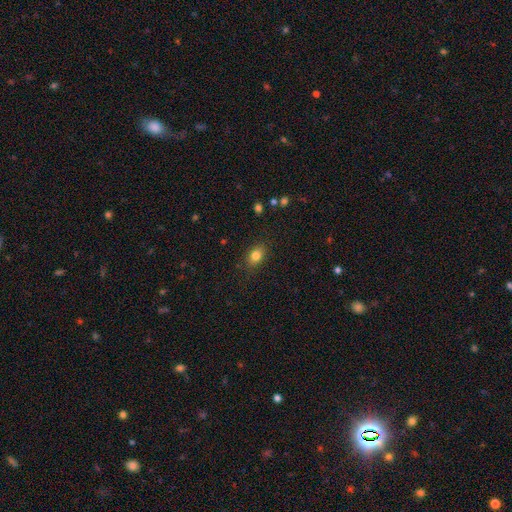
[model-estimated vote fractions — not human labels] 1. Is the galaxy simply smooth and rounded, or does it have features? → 83% smooth, 10% star or artifact, 7% featured or disk.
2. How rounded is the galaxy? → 74% in between, 25% round, 2% cigar-shaped.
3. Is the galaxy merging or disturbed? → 85% none, 11% minor disturbance, 3% major disturbance, 1% merger.